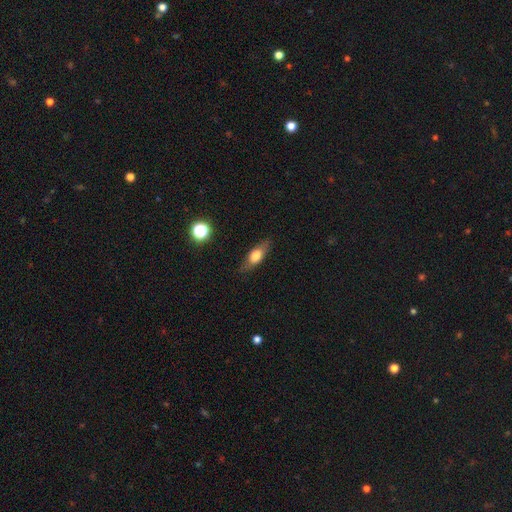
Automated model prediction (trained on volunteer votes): Smooth or featured? smooth (61%)
How rounded? in between (63%)
Merging? none (81%)